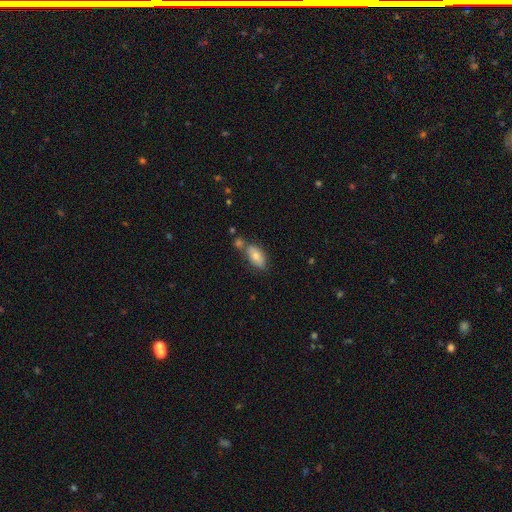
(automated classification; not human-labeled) Smooth or featured? smooth (75%)
How rounded? in between (89%)
Merging? none (59%)